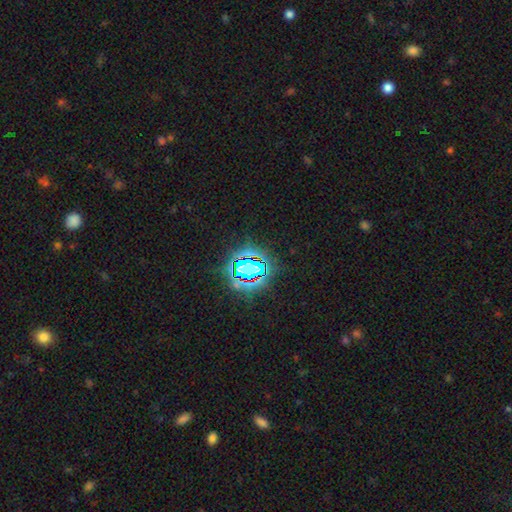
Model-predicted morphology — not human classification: Overall: star or artifact (82%).